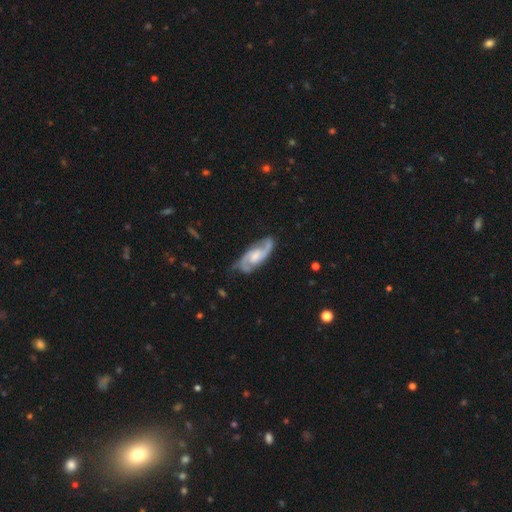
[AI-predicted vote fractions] Smooth or featured? featured or disk (88%)
Edge-on disk? no (95%)
Bar? weak (46%)
Spiral arms? yes (97%)
Spiral winding? medium (55%)
Spiral arm count? 2 (88%)
Bulge size? moderate (41%)
Merging? none (75%)